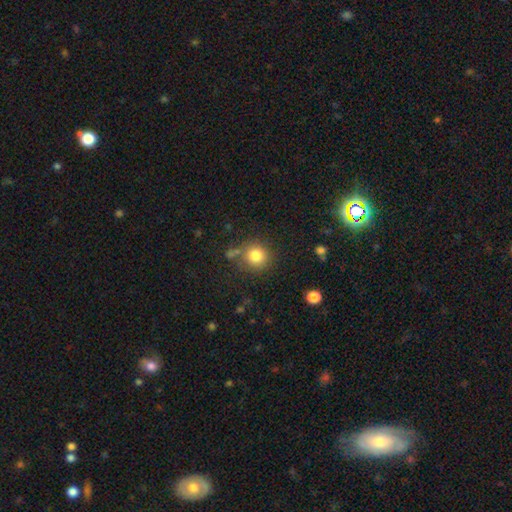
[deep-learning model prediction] smooth-or-featured: smooth: 82% | star or artifact: 11% | featured or disk: 7%
  how-rounded: round: 91% | in between: 8% | cigar-shaped: 1%
  merging: none: 78% | minor disturbance: 11% | merger: 7% | major disturbance: 4%